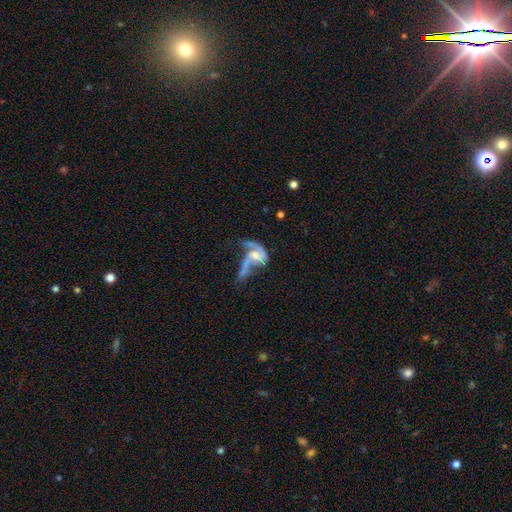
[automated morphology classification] Smooth or featured?
  - featured or disk: 76% *
  - smooth: 16%
  - star or artifact: 8%
Edge-on disk?
  - no: 96% *
  - yes: 4%
Bar?
  - no: 56% *
  - weak: 34%
  - strong: 10%
Spiral arms?
  - yes: 81% *
  - no: 19%
Spiral winding?
  - loose: 61% *
  - medium: 30%
  - tight: 9%
Spiral arm count?
  - 2: 66% *
  - 1: 17%
  - can't tell: 9%
  - 3: 5%
  - 4: 2%
  - more than 4: 2%
Bulge size?
  - small: 39% *
  - moderate: 38%
  - none: 16%
  - large: 5%
  - dominant: 2%
Merging?
  - major disturbance: 43% *
  - merger: 23%
  - none: 19%
  - minor disturbance: 14%